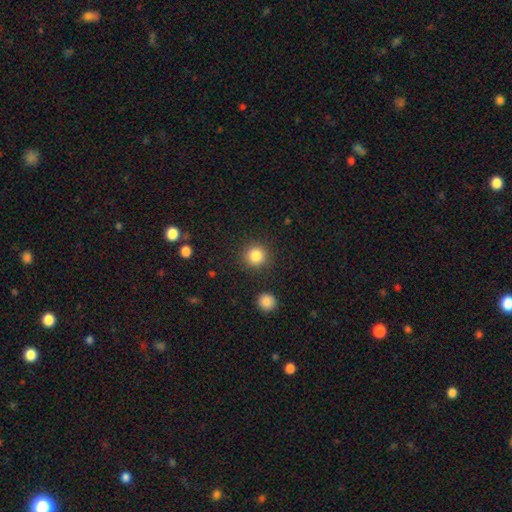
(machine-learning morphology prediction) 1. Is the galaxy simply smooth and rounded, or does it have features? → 85% smooth, 10% star or artifact, 5% featured or disk.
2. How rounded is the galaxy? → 93% round, 6% in between, 1% cigar-shaped.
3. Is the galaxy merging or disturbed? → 89% none, 6% minor disturbance, 3% major disturbance, 2% merger.